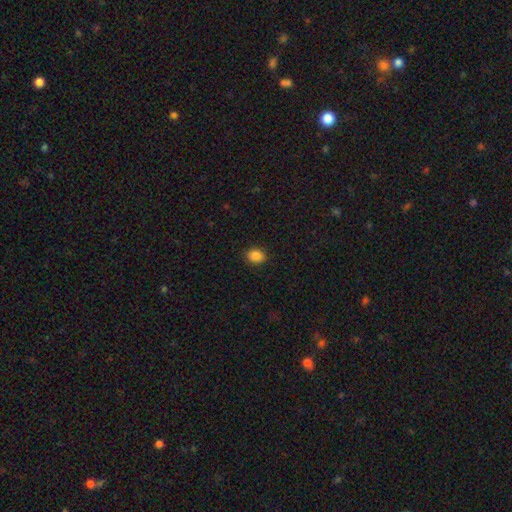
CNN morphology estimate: Smooth or featured?
  - smooth: 87% *
  - star or artifact: 10%
  - featured or disk: 3%
How rounded?
  - in between: 57% *
  - round: 42%
  - cigar-shaped: 1%
Merging?
  - none: 90% *
  - minor disturbance: 7%
  - major disturbance: 2%
  - merger: 1%